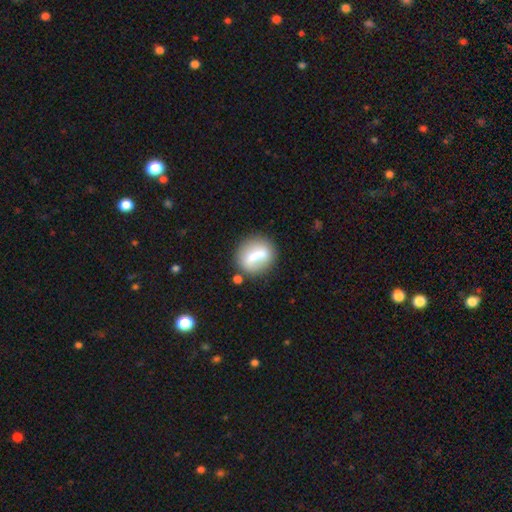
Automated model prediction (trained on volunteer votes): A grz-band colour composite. It shows a smooth galaxy with no disk features (59%) that is round (60%). Merging: none (65%).